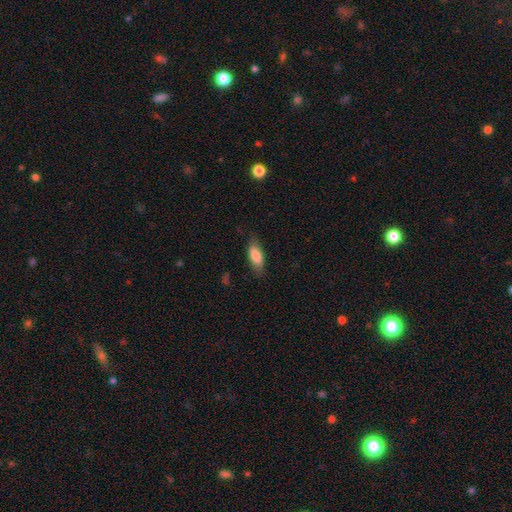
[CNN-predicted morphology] Overall: smooth (82%). How rounded: in between (78%). Merging: none (76%).